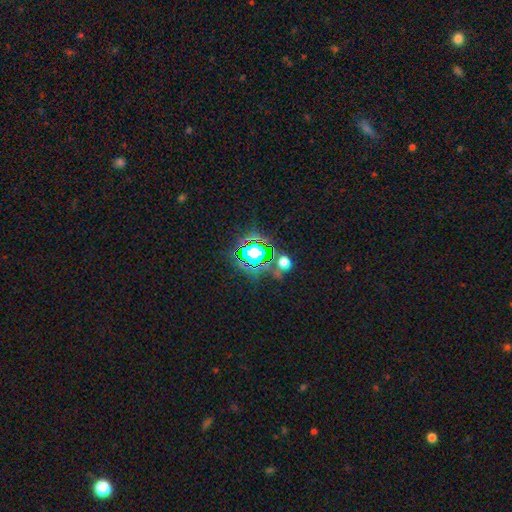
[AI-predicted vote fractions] Smooth or featured?
  - star or artifact: 80% *
  - smooth: 12%
  - featured or disk: 7%